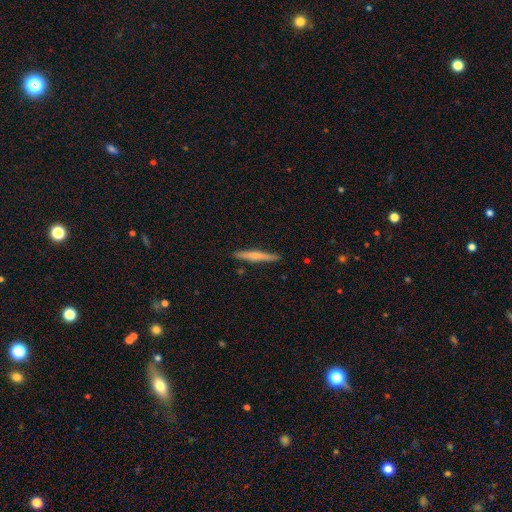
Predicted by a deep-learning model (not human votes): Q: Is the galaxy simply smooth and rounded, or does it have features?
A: smooth — 56%.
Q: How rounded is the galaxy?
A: cigar-shaped — 95%.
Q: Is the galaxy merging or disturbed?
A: none — 90%.